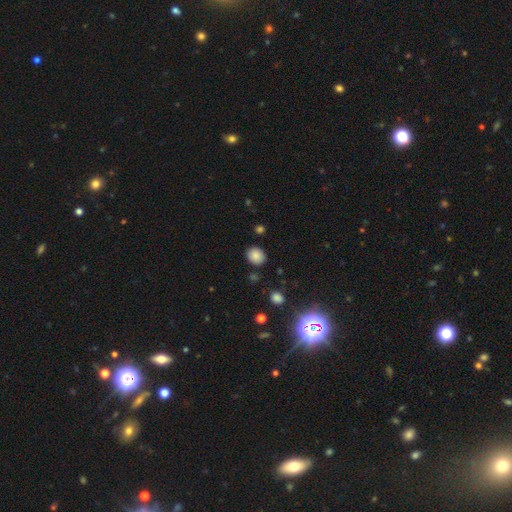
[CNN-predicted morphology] A smooth galaxy with no disk features (84%) that is round (63%). Merging: none (85%).